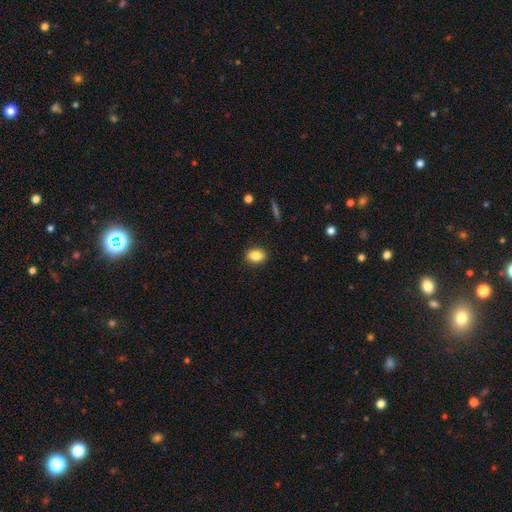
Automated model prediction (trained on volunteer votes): smooth 85%, star or artifact 9%, featured or disk 6%. Down the decision tree: how rounded — in between (68%); merging — none (89%).